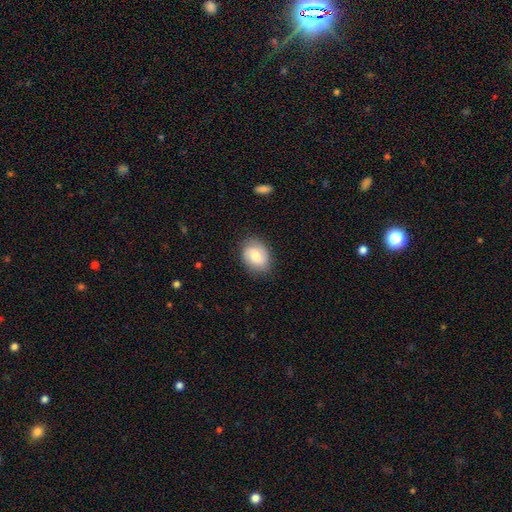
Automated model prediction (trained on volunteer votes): Q: Smooth or featured?
A: smooth (71%); runner-up: featured or disk (22%)
Q: How rounded?
A: in between (65%); runner-up: round (34%)
Q: Merging?
A: none (82%); runner-up: minor disturbance (14%)